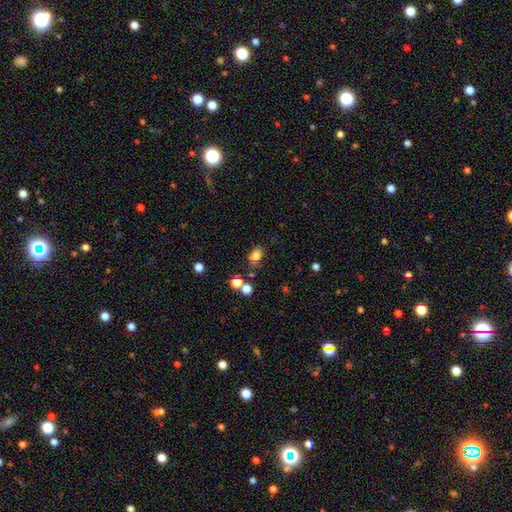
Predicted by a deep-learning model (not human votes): A smooth galaxy with no disk features (79%) that is in between round and cigar-shaped (77%). Merging: none (68%).